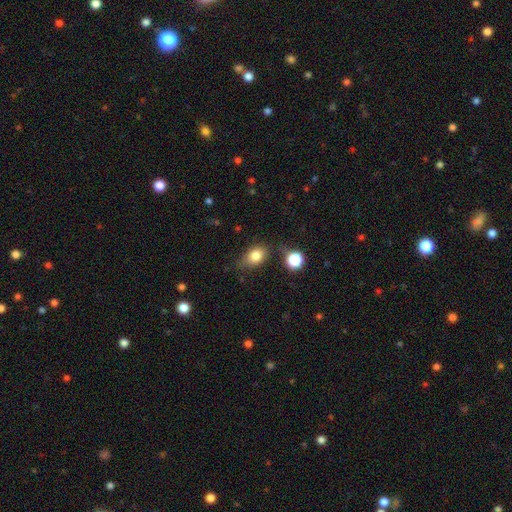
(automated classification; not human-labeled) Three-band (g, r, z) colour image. It shows a smooth galaxy with no disk features (81%) that is in between round and cigar-shaped (73%). Merging: none (66%).